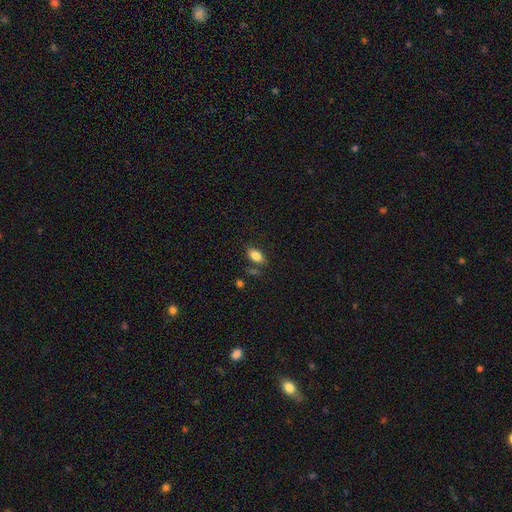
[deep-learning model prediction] smooth 83%, featured or disk 8%, star or artifact 8%. Down the decision tree: how rounded — in between (90%); merging — none (76%).